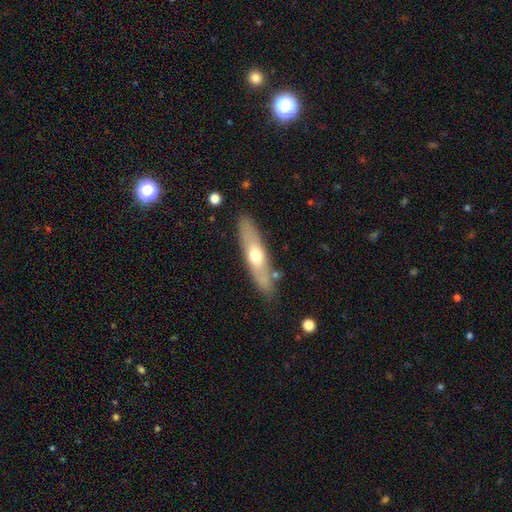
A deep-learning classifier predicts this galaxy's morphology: A featured or disk galaxy (53%) viewed edge-on (74%). Merging: none (83%).